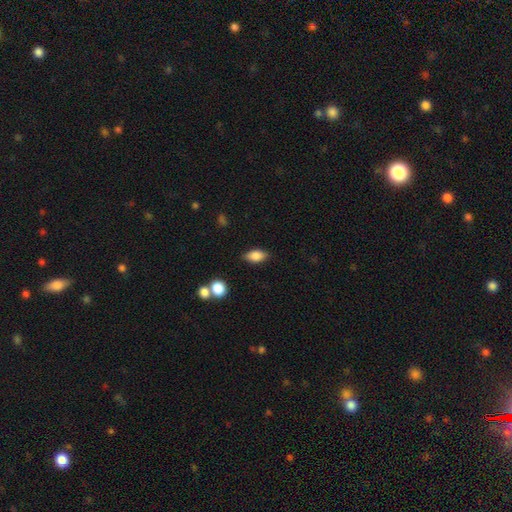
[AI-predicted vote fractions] The model was most divided on "smooth or featured": smooth: 80%, featured or disk: 12%, star or artifact: 8%. More confident: how rounded — in between (86%); merging — none (82%).